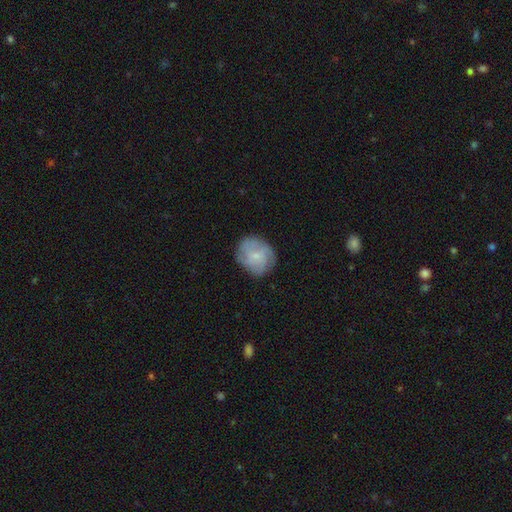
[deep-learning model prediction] Smooth or featured? featured or disk (48%)
Merging? none (75%)